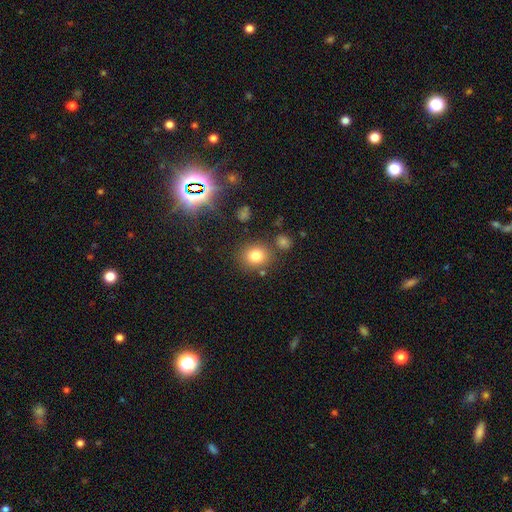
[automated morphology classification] smooth-or-featured: smooth: 78% | star or artifact: 14% | featured or disk: 8%
  how-rounded: round: 75% | in between: 24% | cigar-shaped: 1%
  merging: none: 78% | minor disturbance: 11% | merger: 7% | major disturbance: 4%